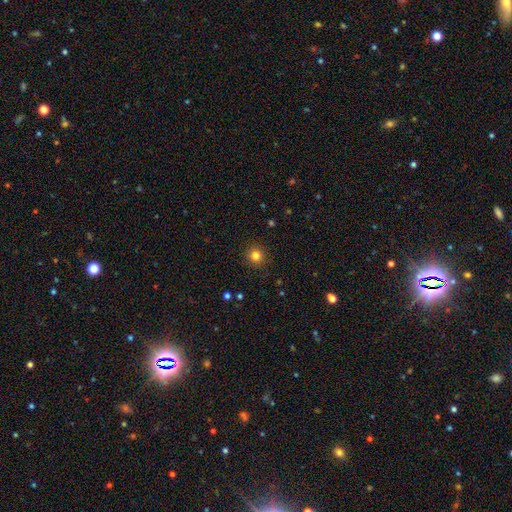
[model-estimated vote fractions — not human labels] A smooth galaxy with no disk features (81%) that is round (93%). Merging: none (91%).